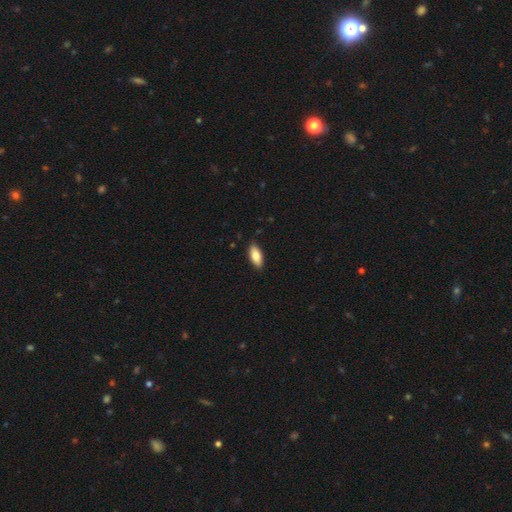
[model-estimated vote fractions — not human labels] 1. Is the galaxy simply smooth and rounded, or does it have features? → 84% smooth, 10% featured or disk, 6% star or artifact.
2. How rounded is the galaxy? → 84% in between, 14% cigar-shaped, 2% round.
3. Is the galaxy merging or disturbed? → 88% none, 9% minor disturbance, 2% major disturbance, 1% merger.